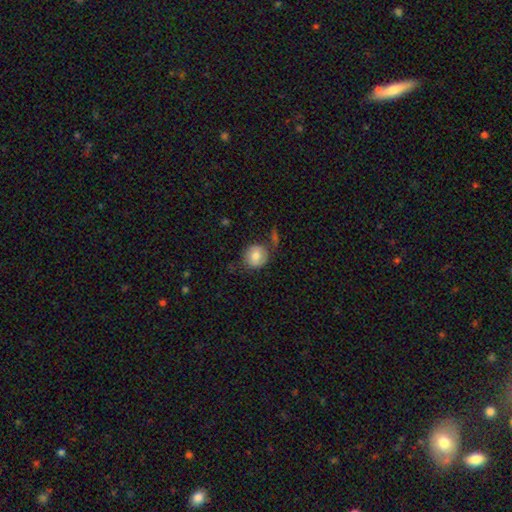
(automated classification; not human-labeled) smooth_or_featured: smooth (p=0.78) [alt: featured or disk p=0.15]
how_rounded: round (p=0.82) [alt: in between p=0.17]
merging: none (p=0.69) [alt: minor disturbance p=0.17]